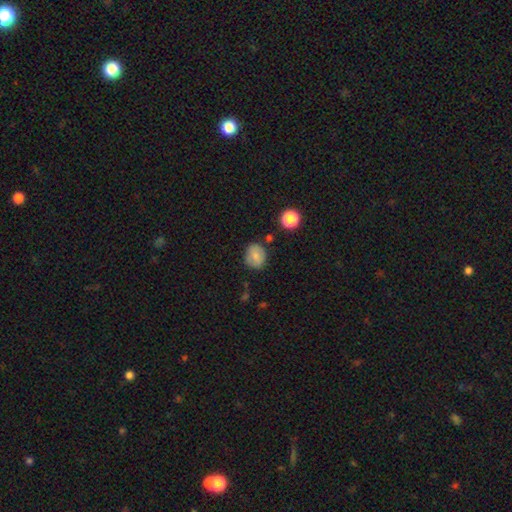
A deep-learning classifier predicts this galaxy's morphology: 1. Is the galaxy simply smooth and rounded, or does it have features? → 75% smooth, 14% featured or disk, 10% star or artifact.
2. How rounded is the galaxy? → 68% round, 31% in between, 1% cigar-shaped.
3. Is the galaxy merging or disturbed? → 71% none, 20% minor disturbance, 5% major disturbance, 4% merger.